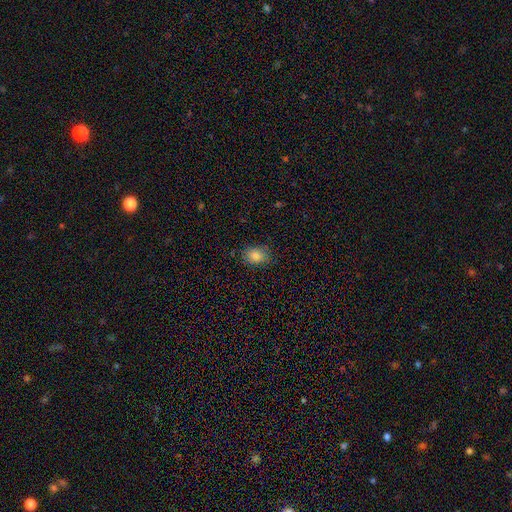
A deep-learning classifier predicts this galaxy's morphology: type=smooth (83%); roundness=in between (53%); merging=none (83%).